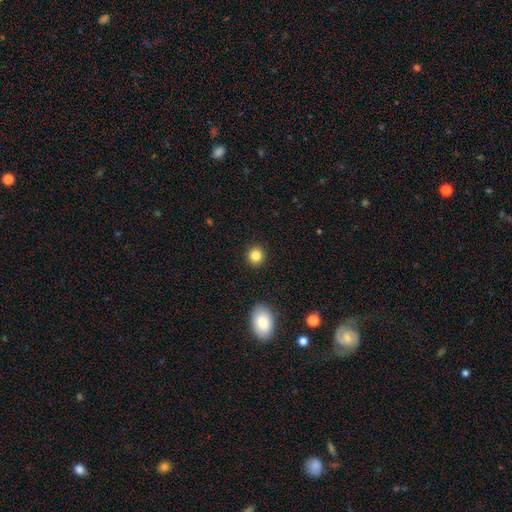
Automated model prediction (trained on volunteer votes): Overall: smooth (84%). How rounded: round (90%). Merging: none (92%).